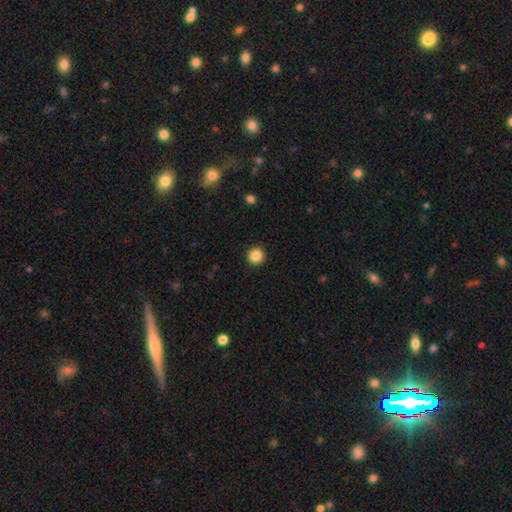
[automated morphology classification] A smooth galaxy with no disk features (86%) that is round (95%).

Vote fractions:
- Smooth or featured? smooth: 86% / star or artifact: 11% / featured or disk: 3%
- How rounded? round: 95% / in between: 4% / cigar-shaped: 1%
- Merging? none: 93% / minor disturbance: 4% / major disturbance: 2% / merger: 1%